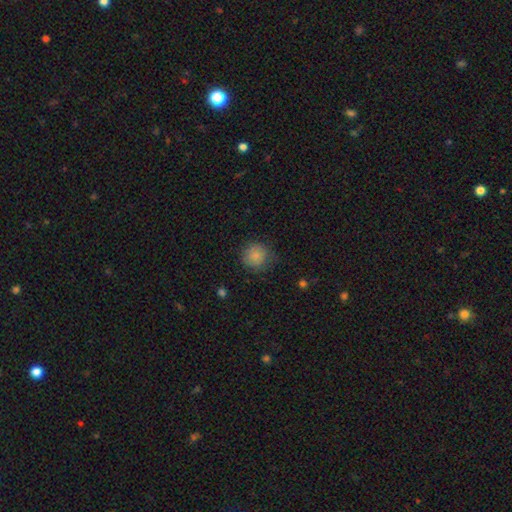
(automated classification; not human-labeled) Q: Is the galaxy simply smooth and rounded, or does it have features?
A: smooth — 84%.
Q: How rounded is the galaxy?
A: round — 91%.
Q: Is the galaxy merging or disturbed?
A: none — 75%.